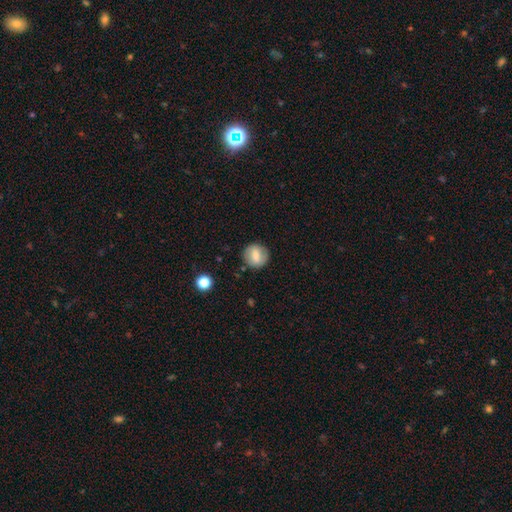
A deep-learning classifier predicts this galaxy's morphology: Smooth or featured: smooth — 67% (featured or disk — 25%)
How rounded: round — 85% (in between — 14%)
Merging: none — 85% (minor disturbance — 10%)